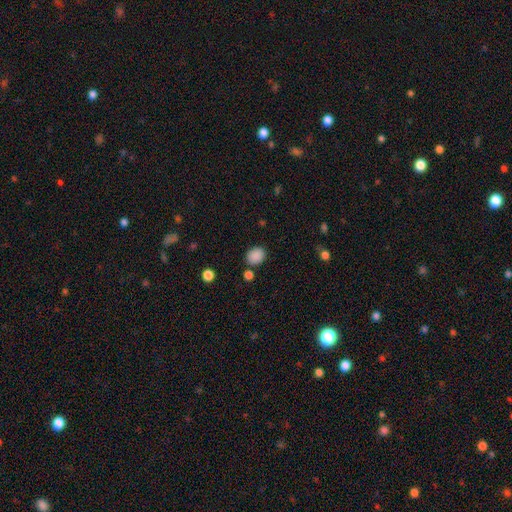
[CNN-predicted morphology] This is clearly a smooth galaxy (87%). How rounded: possibly round (57%). Merging: likely none (79%).